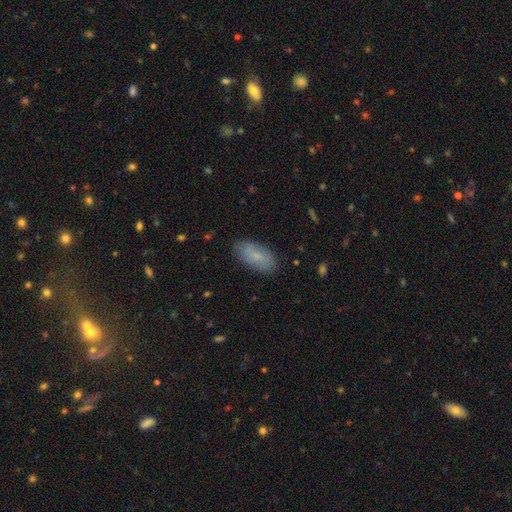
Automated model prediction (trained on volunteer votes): Morphology: type=smooth (75%); roundness=in between (89%); merging=none (84%).